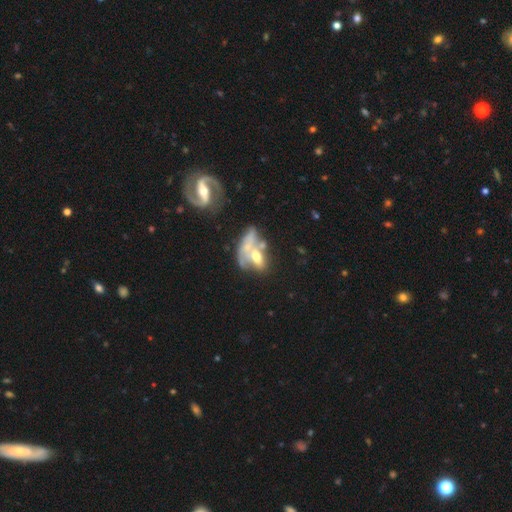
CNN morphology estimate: type=featured or disk (56%); edge-on=no (92%); bar=no (71%); spiral arms=no (67%); bulge=moderate (54%); merging=merger (48%).